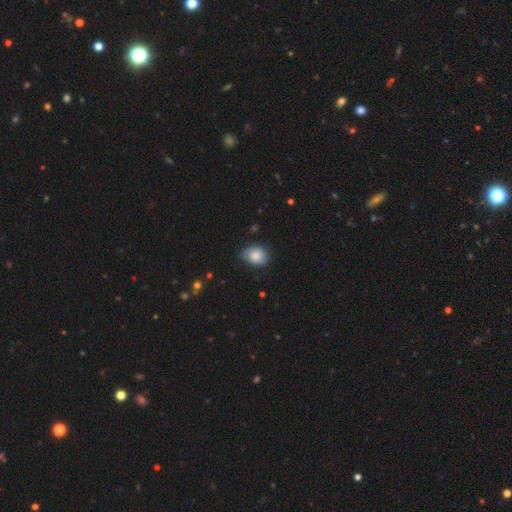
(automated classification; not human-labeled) Q: Smooth or featured?
A: smooth (79%); runner-up: featured or disk (13%)
Q: How rounded?
A: in between (65%); runner-up: round (34%)
Q: Merging?
A: none (66%); runner-up: minor disturbance (28%)